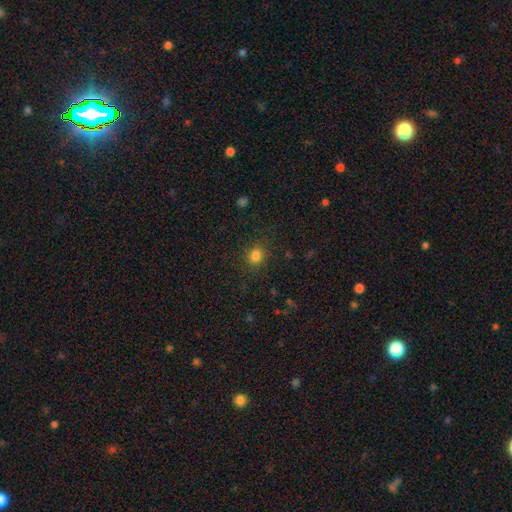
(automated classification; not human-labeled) Smooth or featured: smooth — 82% (star or artifact — 13%)
How rounded: round — 79% (in between — 20%)
Merging: none — 86% (minor disturbance — 9%)